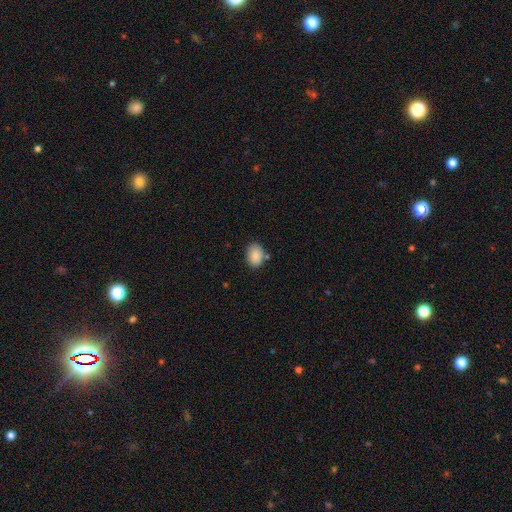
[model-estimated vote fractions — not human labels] The model was most divided on "how rounded": in between: 76%, round: 23%, cigar-shaped: 1%. More confident: smooth or featured — smooth (87%); merging — none (75%).